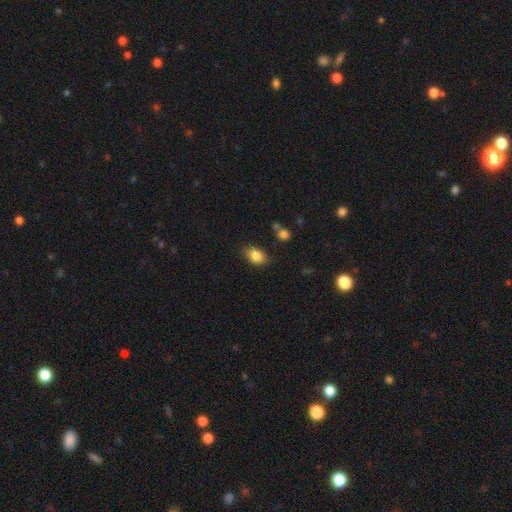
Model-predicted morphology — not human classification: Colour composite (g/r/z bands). It shows a smooth galaxy with no disk features (86%) that is in between round and cigar-shaped (83%). Merging: none (79%).